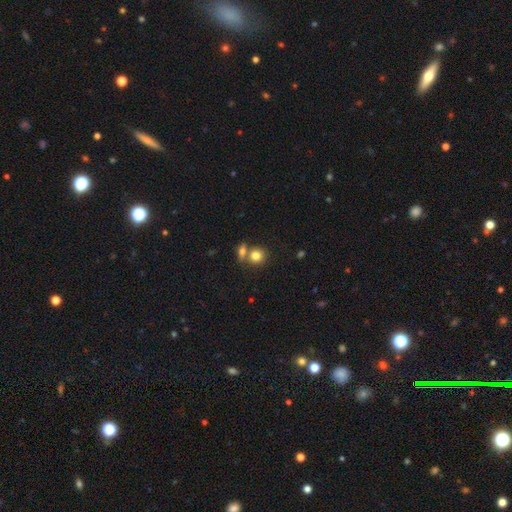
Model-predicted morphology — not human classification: Smooth or featured: smooth — 80% (featured or disk — 10%)
How rounded: round — 79% (in between — 19%)
Merging: none — 51% (merger — 37%)